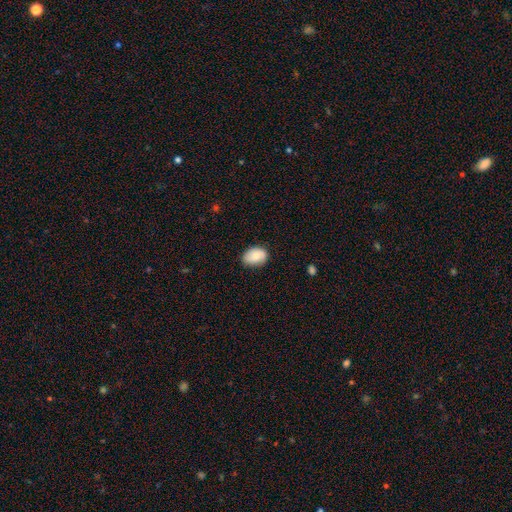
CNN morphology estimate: type=smooth (82%); roundness=in between (79%); merging=none (75%).